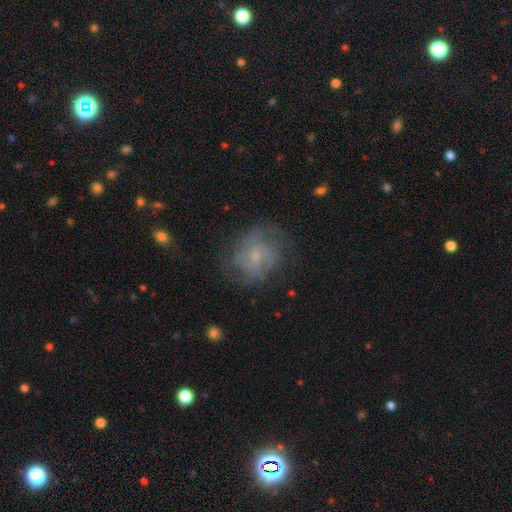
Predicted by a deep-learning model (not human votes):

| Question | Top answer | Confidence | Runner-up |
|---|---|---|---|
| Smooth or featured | featured or disk | 63% | smooth (27%) |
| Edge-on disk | no | 97% | yes (3%) |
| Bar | no | 60% | weak (35%) |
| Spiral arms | yes | 83% | no (17%) |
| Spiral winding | medium | 44% | tight (38%) |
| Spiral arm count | can't tell | 42% | 2 (23%) |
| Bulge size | small | 57% | moderate (30%) |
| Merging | none | 67% | minor disturbance (20%) |